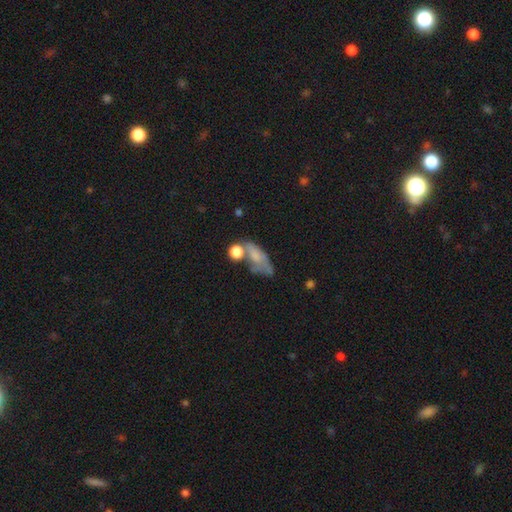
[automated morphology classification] The model was most divided on "merging": none: 30%, merger: 25%, major disturbance: 23%, minor disturbance: 22%. More confident: how rounded — in between (72%); smooth or featured — smooth (57%).